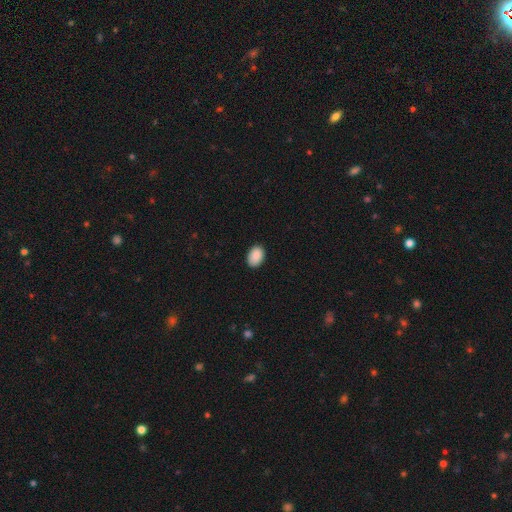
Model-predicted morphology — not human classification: A smooth galaxy with no disk features (90%) that is in between round and cigar-shaped (84%). Merging: none (87%).